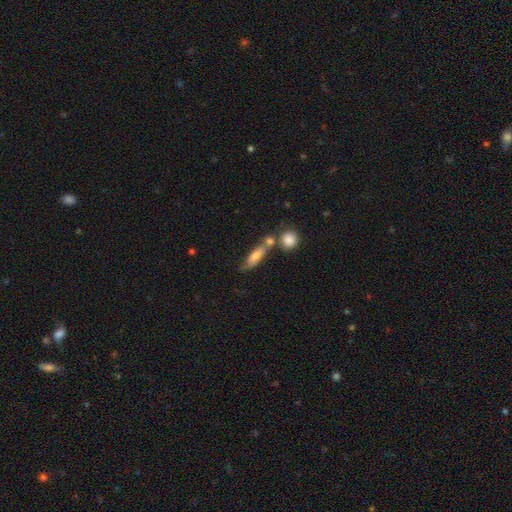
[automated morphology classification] Q: Smooth or featured?
A: smooth (60%); runner-up: featured or disk (31%)
Q: How rounded?
A: cigar-shaped (55%); runner-up: in between (40%)
Q: Merging?
A: none (52%); runner-up: merger (25%)